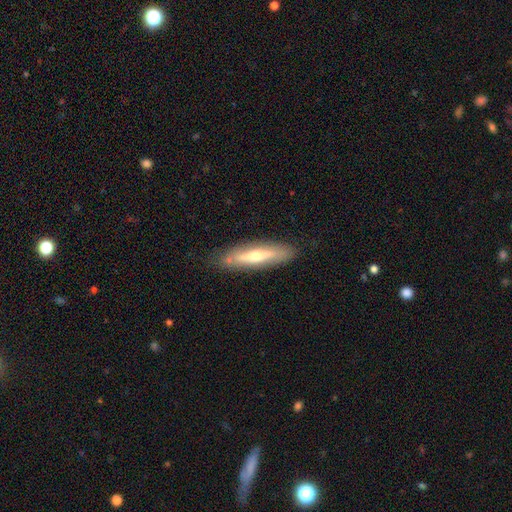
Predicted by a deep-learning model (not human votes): featured or disk 53%, smooth 41%, star or artifact 6%. Down the decision tree: edge-on disk — yes (71%); merging — none (82%).